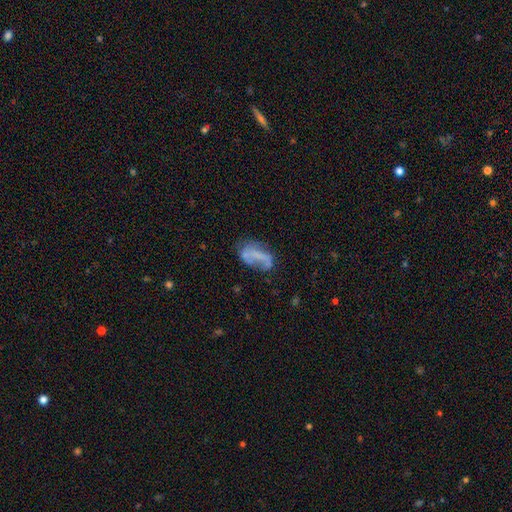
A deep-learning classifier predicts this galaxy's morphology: featured or disk 50%, smooth 37%, star or artifact 13%. Down the decision tree: edge-on disk — no (95%); merging — none (38%).